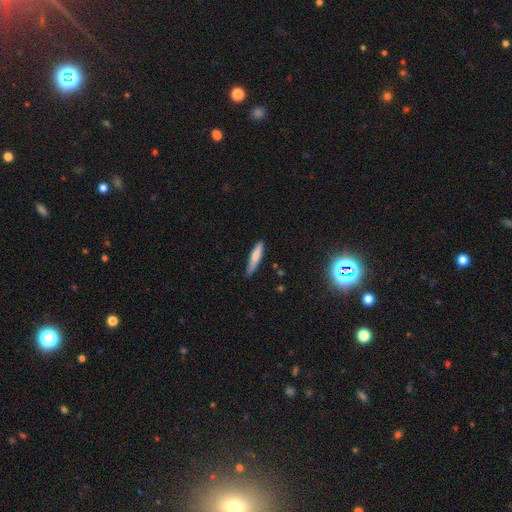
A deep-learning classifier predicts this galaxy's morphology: Smooth or featured: smooth — 74% (featured or disk — 20%)
How rounded: cigar-shaped — 87% (in between — 12%)
Merging: none — 76% (minor disturbance — 20%)